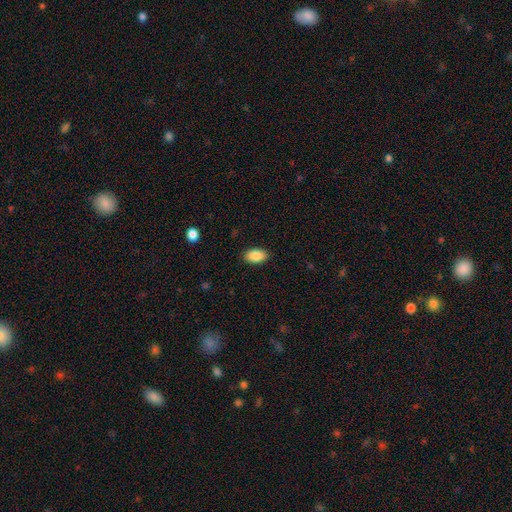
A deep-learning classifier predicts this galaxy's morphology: Smooth or featured? Predicted: smooth (p=0.88). How rounded? Predicted: in between (p=0.93). Merging? Predicted: none (p=0.88).